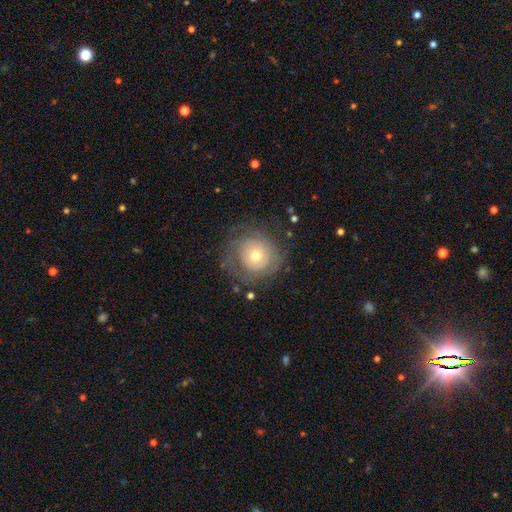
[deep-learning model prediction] A featured or disk galaxy (57%) with no bar (85%), spiral arms (69%) and a moderate central bulge (61%). Merging: none (69%).